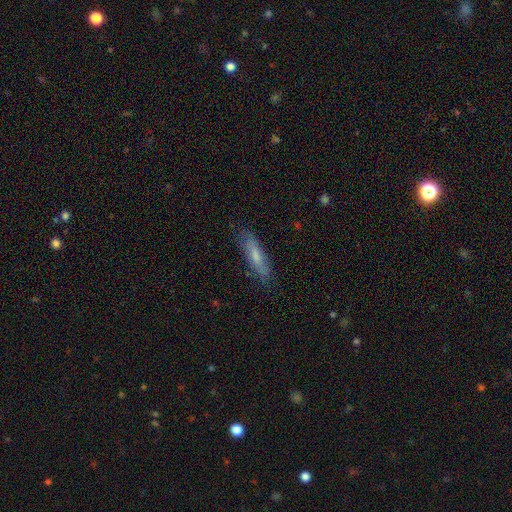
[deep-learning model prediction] A smooth galaxy with no disk features (64%) that is cigar-shaped (72%). Merging: none (79%).